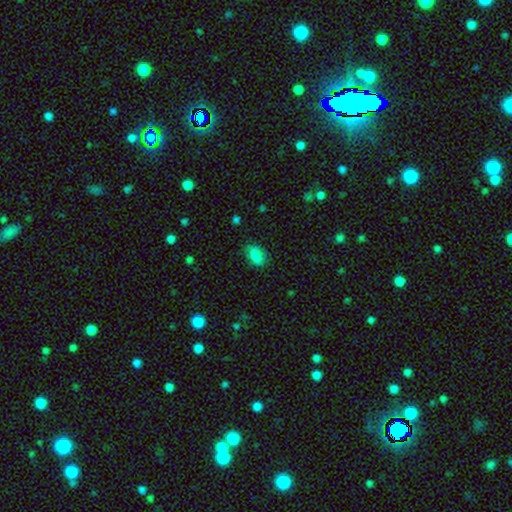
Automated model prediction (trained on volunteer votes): smooth 86%, star or artifact 8%, featured or disk 6%. Down the decision tree: how rounded — in between (88%); merging — none (76%).